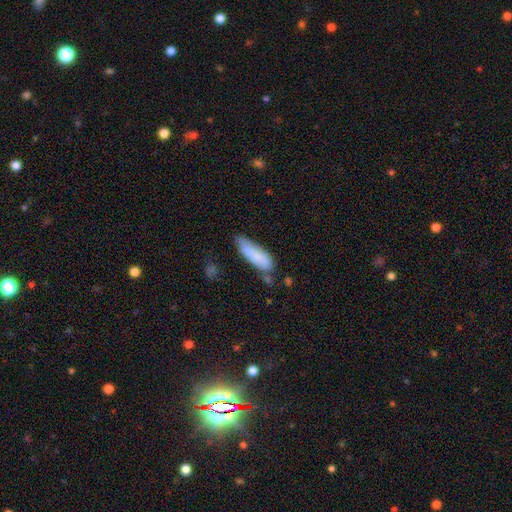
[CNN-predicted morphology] The model was most divided on "how rounded": in between: 50%, cigar-shaped: 48%, round: 2%. More confident: smooth or featured — smooth (79%); merging — none (52%).